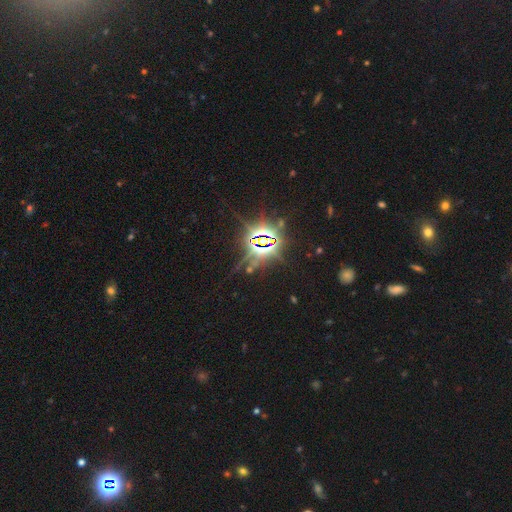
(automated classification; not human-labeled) Smooth or featured? star or artifact (85%)